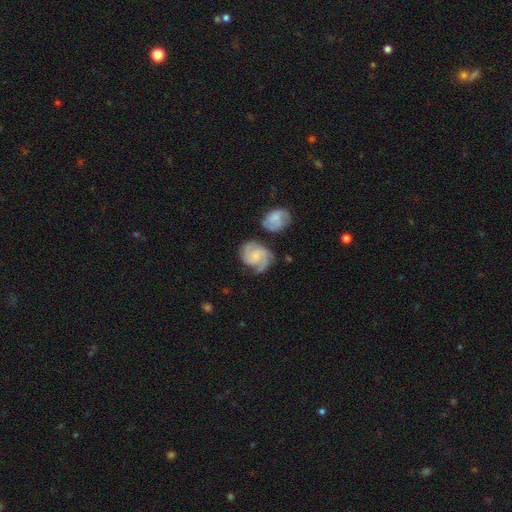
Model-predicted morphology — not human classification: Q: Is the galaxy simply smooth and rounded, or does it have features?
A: featured or disk — 74%.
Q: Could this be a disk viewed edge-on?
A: no — 98%.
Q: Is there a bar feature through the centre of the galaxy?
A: no — 63%.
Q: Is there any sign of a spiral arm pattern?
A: yes — 96%.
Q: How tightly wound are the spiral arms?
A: tight — 44%.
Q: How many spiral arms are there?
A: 2 — 38%.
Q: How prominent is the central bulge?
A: small — 48%.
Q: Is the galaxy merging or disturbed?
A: none — 60%.